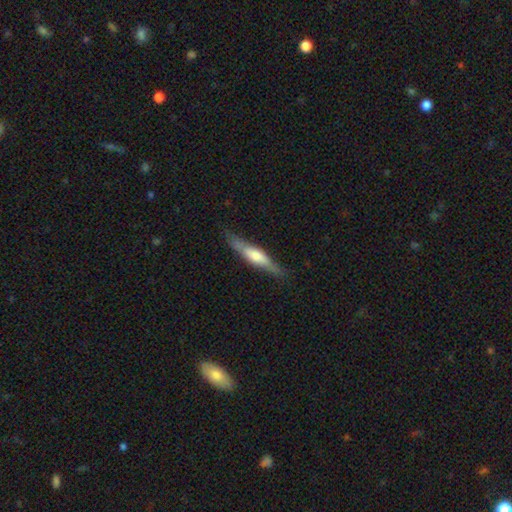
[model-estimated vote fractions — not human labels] A featured or disk galaxy (53%) viewed edge-on (90%).

Vote fractions:
- Smooth or featured? featured or disk: 53% / smooth: 41% / star or artifact: 6%
- Edge-on disk? yes: 90% / no: 10%
- Merging? none: 81% / minor disturbance: 14% / major disturbance: 3% / merger: 1%